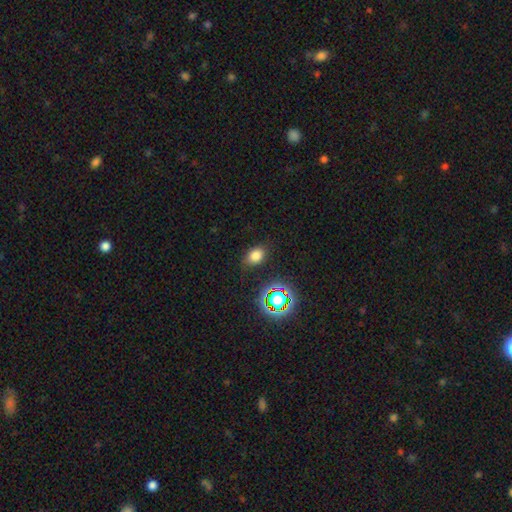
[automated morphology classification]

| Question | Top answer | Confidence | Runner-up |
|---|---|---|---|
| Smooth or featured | smooth | 74% | star or artifact (18%) |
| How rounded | in between | 73% | round (25%) |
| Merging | none | 79% | minor disturbance (15%) |